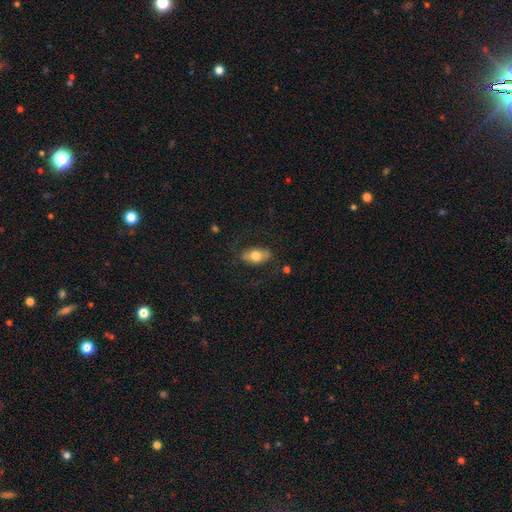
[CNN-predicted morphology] Smooth or featured: smooth — 66% (featured or disk — 28%)
How rounded: in between — 89% (cigar-shaped — 6%)
Merging: none — 78% (minor disturbance — 14%)